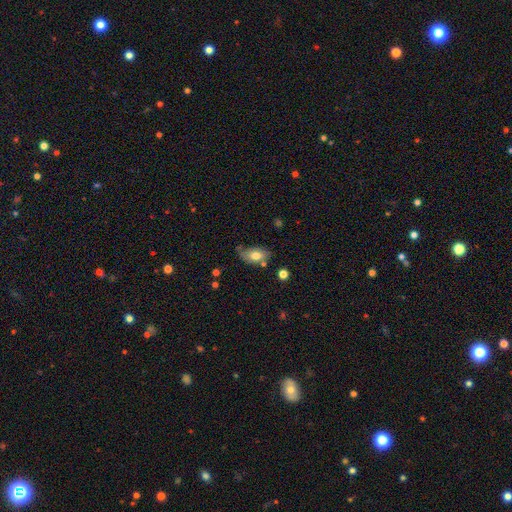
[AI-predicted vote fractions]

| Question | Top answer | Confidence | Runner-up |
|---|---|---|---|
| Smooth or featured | smooth | 71% | featured or disk (21%) |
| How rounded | in between | 89% | round (8%) |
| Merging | none | 54% | minor disturbance (28%) |